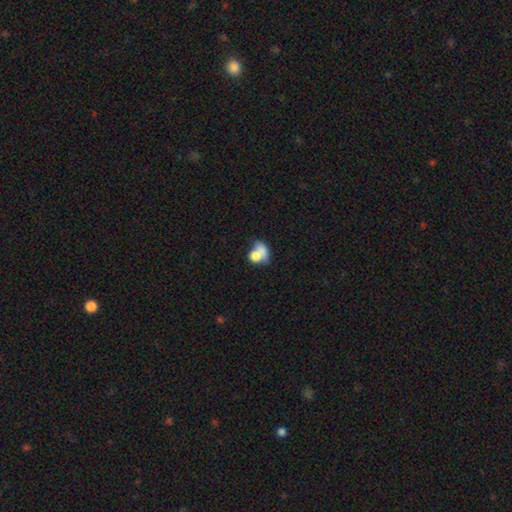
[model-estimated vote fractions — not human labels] Smooth or featured?
  - smooth: 70% *
  - featured or disk: 19%
  - star or artifact: 11%
How rounded?
  - in between: 50% *
  - round: 48%
  - cigar-shaped: 2%
Merging?
  - merger: 51% *
  - none: 25%
  - major disturbance: 13%
  - minor disturbance: 12%